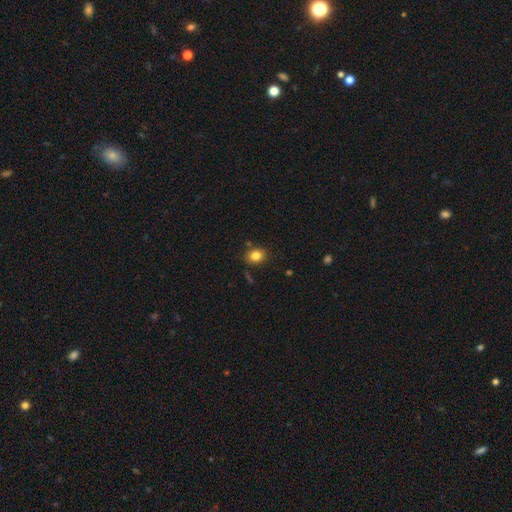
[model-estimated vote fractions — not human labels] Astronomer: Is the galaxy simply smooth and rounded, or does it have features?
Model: smooth — 82%.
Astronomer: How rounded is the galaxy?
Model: round — 51% (runner-up: in between, 48%).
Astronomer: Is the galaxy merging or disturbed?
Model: none — 81%.